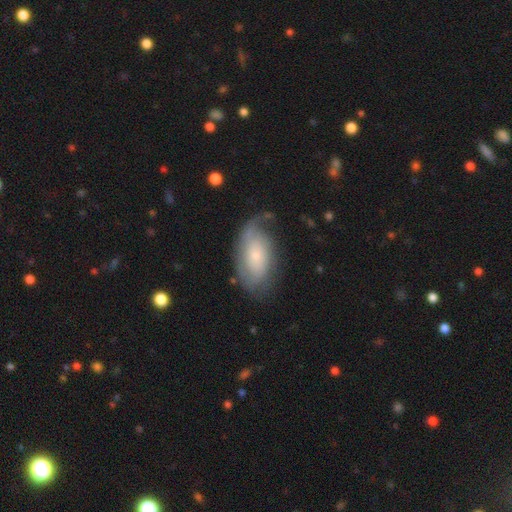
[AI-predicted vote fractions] The model was most divided on "smooth or featured": featured or disk: 54%, smooth: 39%, star or artifact: 7%. More confident: edge-on disk — no (93%); spiral arms — yes (78%); bar — no (76%); bulge size — small (65%); merging — none (54%).